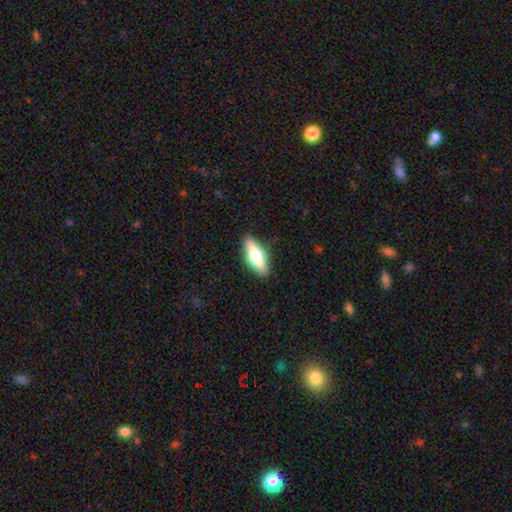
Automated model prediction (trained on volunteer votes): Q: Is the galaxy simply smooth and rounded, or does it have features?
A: smooth — 52%.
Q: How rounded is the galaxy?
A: in between — 58%.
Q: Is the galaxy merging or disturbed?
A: none — 88%.